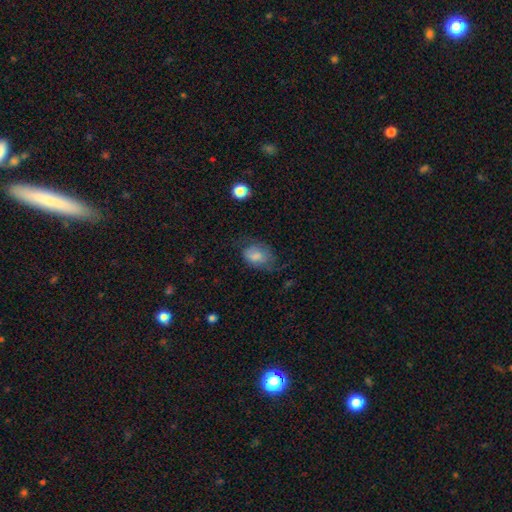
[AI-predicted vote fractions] This appears to be a smooth galaxy with no disk features (76%) that is in between round and cigar-shaped (79%). Merging: none (48%).